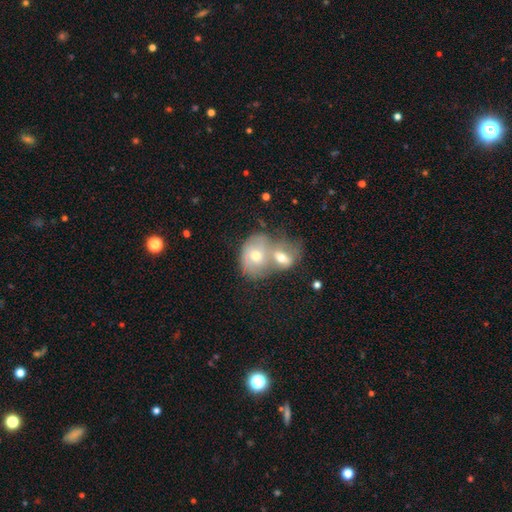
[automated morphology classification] This is possibly a smooth galaxy (54%). How rounded: possibly in between (51%). Merging: likely merger (72%).